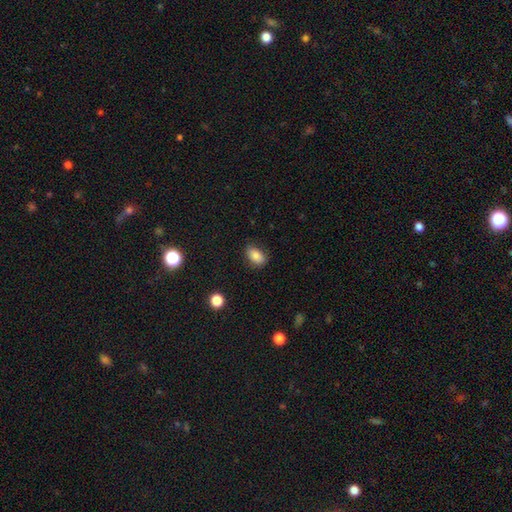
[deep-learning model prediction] Overall: smooth (84%). How rounded: in between (90%). Merging: none (82%).